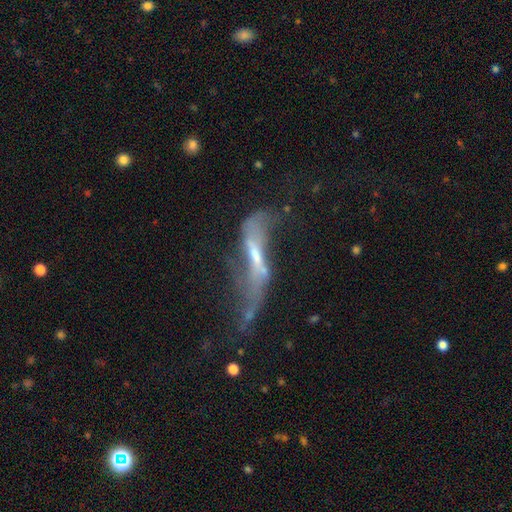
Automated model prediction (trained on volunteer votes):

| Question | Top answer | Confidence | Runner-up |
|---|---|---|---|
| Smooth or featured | featured or disk | 68% | smooth (22%) |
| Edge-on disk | no | 69% | yes (31%) |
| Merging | major disturbance | 45% | none (23%) |